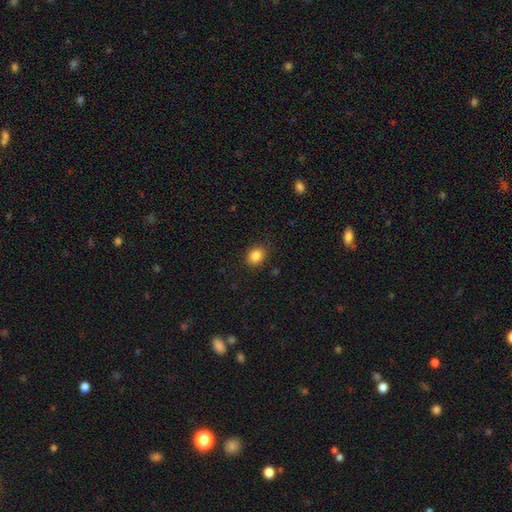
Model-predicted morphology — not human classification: The model was most divided on "how rounded": round: 57%, in between: 42%, cigar-shaped: 1%. More confident: merging — none (86%); smooth or featured — smooth (86%).